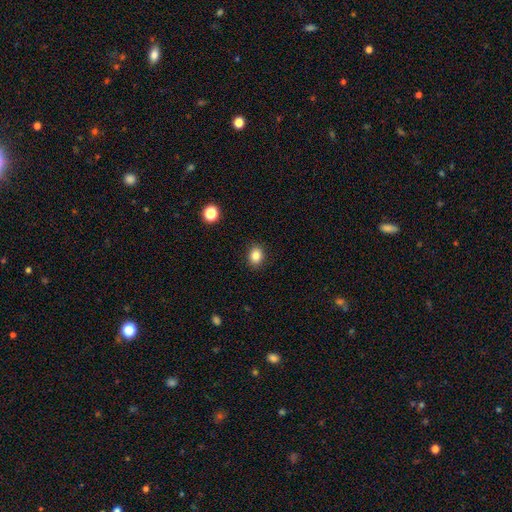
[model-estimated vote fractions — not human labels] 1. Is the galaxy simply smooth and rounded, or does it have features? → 84% smooth, 10% star or artifact, 5% featured or disk.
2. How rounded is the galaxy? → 53% in between, 46% round, 1% cigar-shaped.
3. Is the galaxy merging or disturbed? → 89% none, 8% minor disturbance, 2% major disturbance, 1% merger.